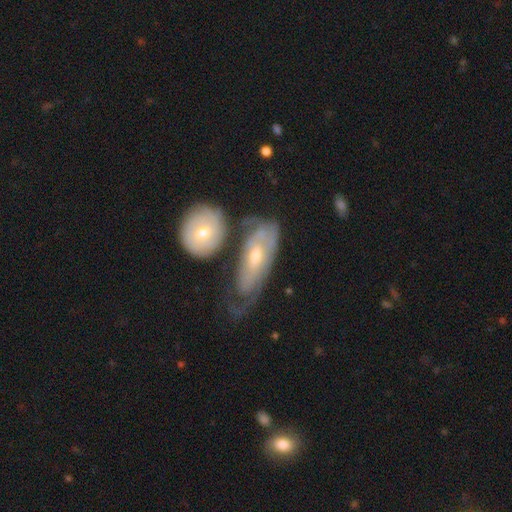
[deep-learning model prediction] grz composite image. It shows a featured or disk galaxy (66%) with no bar (68%), spiral arms (72%) and a moderate central bulge (53%). Merging: none (42%).